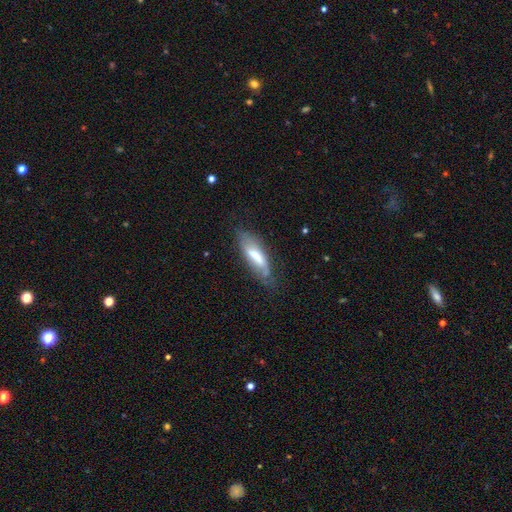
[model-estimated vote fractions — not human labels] A smooth galaxy with no disk features (54%) that is in between round and cigar-shaped (52%).

Vote fractions:
- Smooth or featured? smooth: 54% / featured or disk: 39% / star or artifact: 7%
- How rounded? in between: 52% / cigar-shaped: 46% / round: 2%
- Merging? none: 57% / minor disturbance: 29% / major disturbance: 12% / merger: 2%